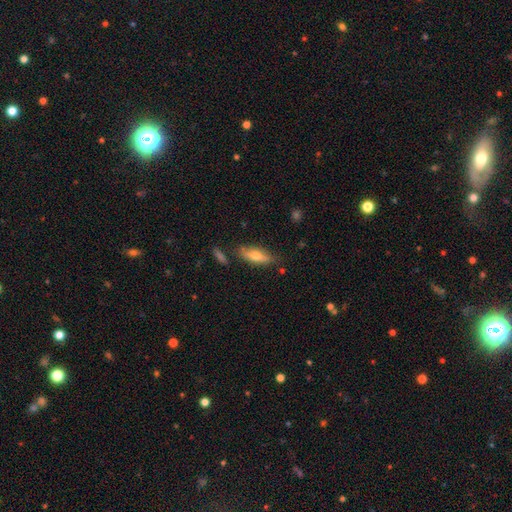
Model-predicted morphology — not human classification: The model was most divided on "how rounded": in between: 51%, cigar-shaped: 46%, round: 2%. More confident: merging — none (75%); smooth or featured — smooth (58%).